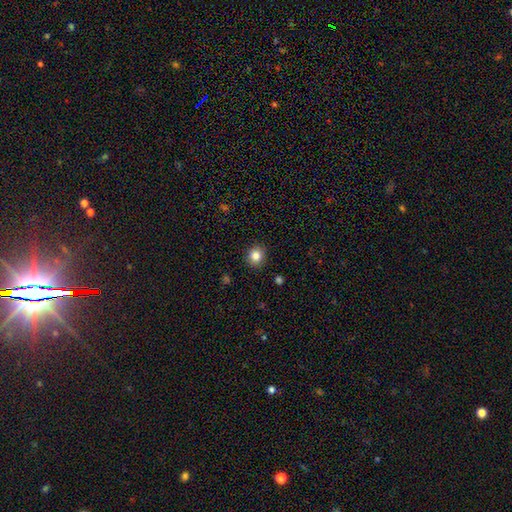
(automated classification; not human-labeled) Smooth or featured? smooth (84%)
How rounded? round (87%)
Merging? none (91%)